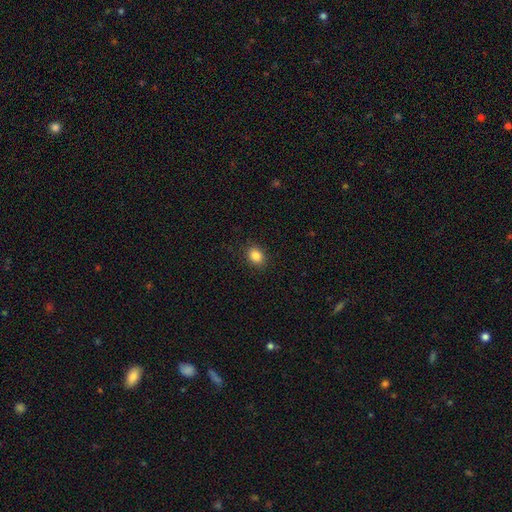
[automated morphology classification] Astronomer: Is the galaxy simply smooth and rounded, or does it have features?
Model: smooth — 86%.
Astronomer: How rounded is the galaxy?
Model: in between — 52% (runner-up: round, 47%).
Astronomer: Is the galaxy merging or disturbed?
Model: none — 89%.